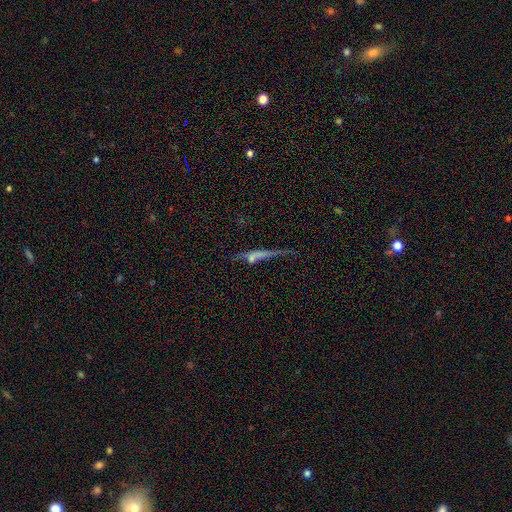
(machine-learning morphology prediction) This is marginally a featured or disk galaxy (41%). Merging: possibly none (54%).